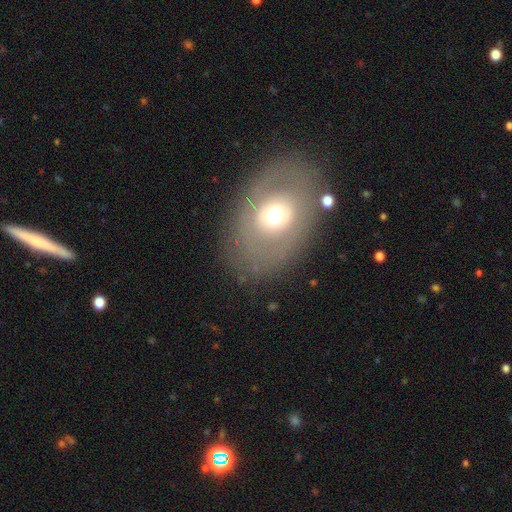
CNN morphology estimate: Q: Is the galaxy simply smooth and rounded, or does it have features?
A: smooth — 46%.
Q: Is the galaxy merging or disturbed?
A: none — 79%.